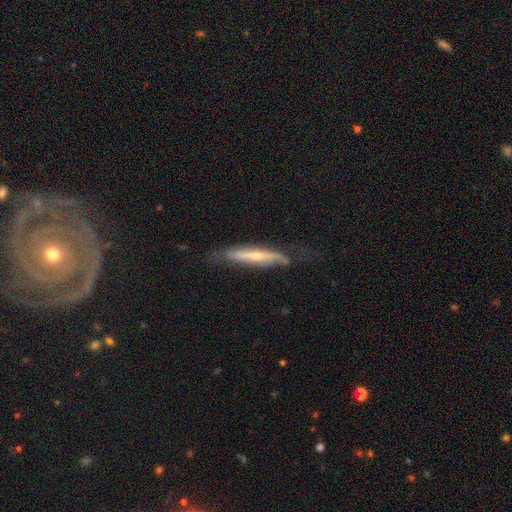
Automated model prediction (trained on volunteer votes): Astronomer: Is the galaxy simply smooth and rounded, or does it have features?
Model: featured or disk — 65%.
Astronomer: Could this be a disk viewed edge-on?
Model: yes — 77%.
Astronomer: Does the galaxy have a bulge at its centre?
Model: rounded — 64%.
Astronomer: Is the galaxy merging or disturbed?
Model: none — 62%.